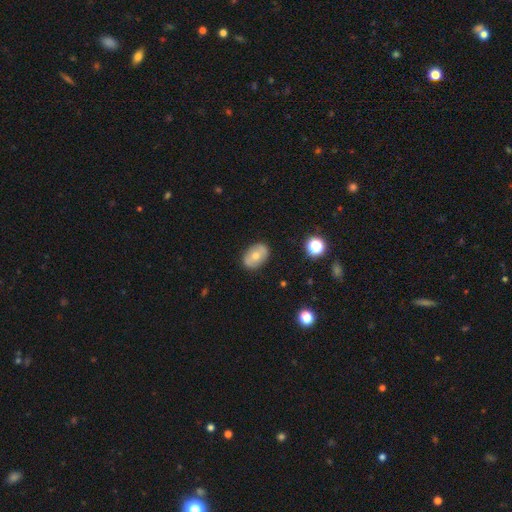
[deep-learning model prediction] Smooth or featured?
  - smooth: 57% *
  - featured or disk: 34%
  - star or artifact: 8%
How rounded?
  - in between: 81% *
  - round: 18%
  - cigar-shaped: 1%
Merging?
  - none: 85% *
  - minor disturbance: 11%
  - major disturbance: 3%
  - merger: 1%